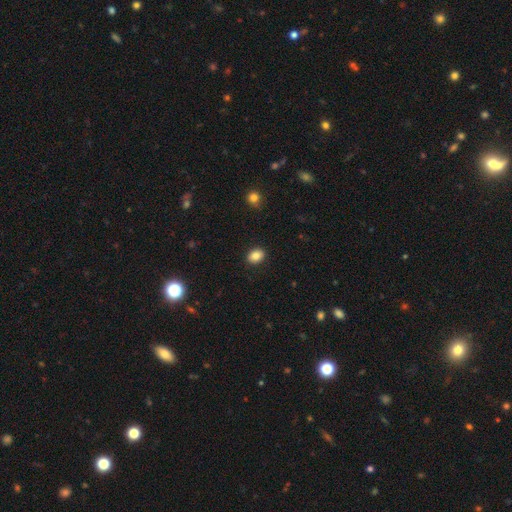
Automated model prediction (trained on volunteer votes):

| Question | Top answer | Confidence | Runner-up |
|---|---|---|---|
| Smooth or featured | smooth | 85% | star or artifact (9%) |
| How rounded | in between | 67% | round (32%) |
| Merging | none | 90% | minor disturbance (7%) |